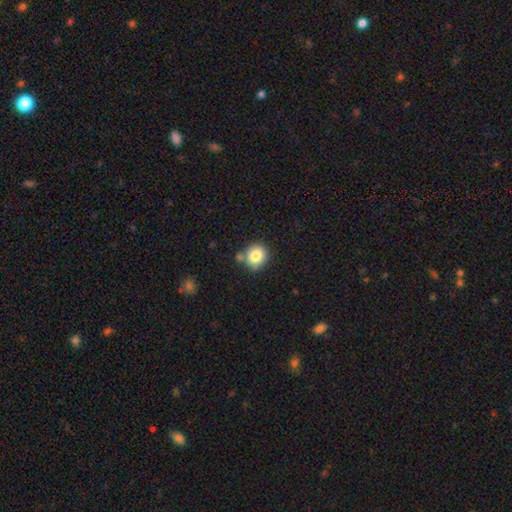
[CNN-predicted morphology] Smooth or featured? Predicted: smooth (p=0.83). How rounded? Predicted: round (p=0.81). Merging? Predicted: none (p=0.70).